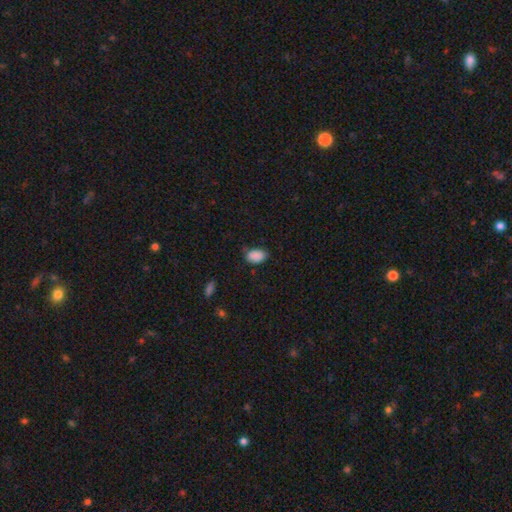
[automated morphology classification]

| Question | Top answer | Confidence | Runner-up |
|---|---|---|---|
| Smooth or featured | smooth | 88% | star or artifact (8%) |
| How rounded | in between | 90% | round (9%) |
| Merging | none | 72% | minor disturbance (21%) |